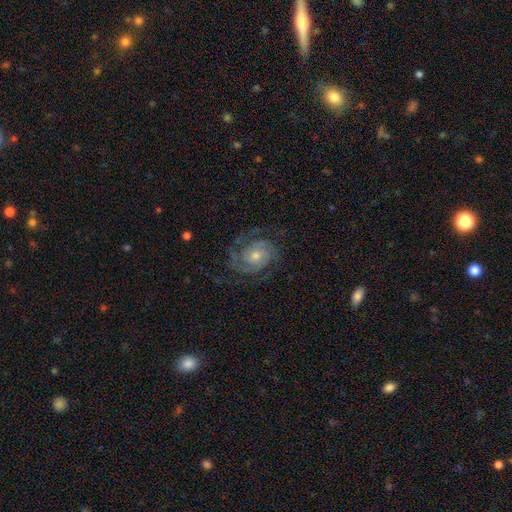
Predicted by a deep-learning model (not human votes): A featured or disk galaxy (86%) with no bar (74%), 2 (50%) tight (56%) spiral arms (97%) and a moderate central bulge (48%).

Vote fractions:
- Smooth or featured? featured or disk: 86% / smooth: 8% / star or artifact: 6%
- Edge-on disk? no: 97% / yes: 3%
- Bar? no: 74% / weak: 22% / strong: 5%
- Spiral arms? yes: 97% / no: 3%
- Spiral winding? tight: 56% / medium: 36% / loose: 8%
- Spiral arm count? 2: 50% / 3: 21% / can't tell: 15% / 4: 5% / 1: 5% / more than 4: 4%
- Bulge size? moderate: 48% / small: 45% / large: 4% / none: 2% / dominant: 1%
- Merging? none: 74% / minor disturbance: 15% / major disturbance: 10% / merger: 1%